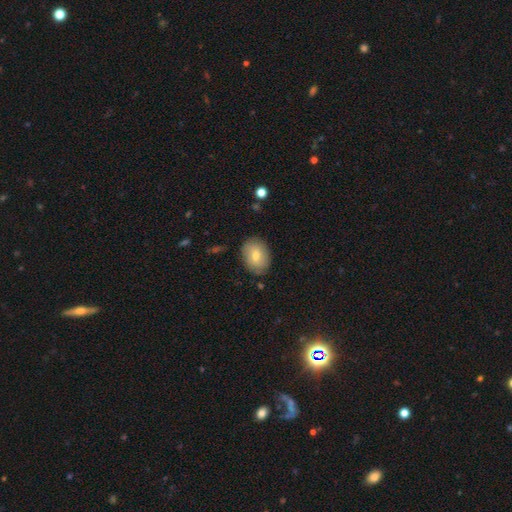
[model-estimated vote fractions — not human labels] Overall: smooth (74%). How rounded: in between (75%). Merging: none (83%).